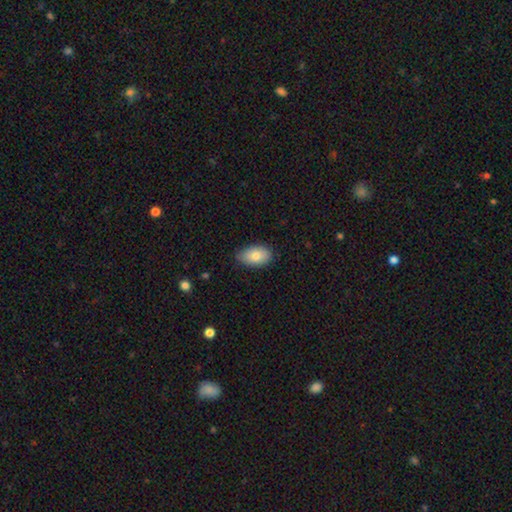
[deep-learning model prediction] Smooth or featured: smooth — 82% (featured or disk — 11%)
How rounded: in between — 92% (round — 7%)
Merging: none — 76% (minor disturbance — 20%)